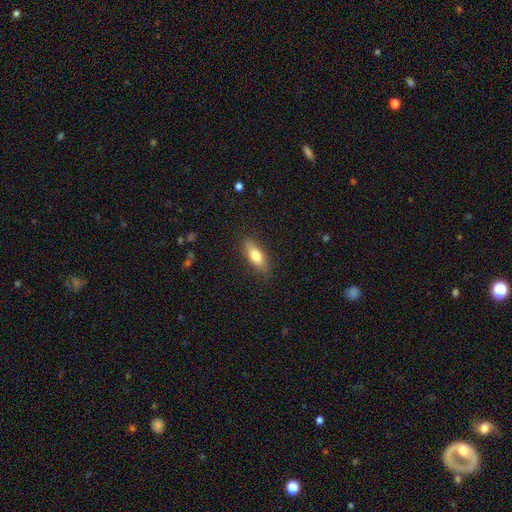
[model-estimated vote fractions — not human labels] smooth 74%, featured or disk 19%, star or artifact 7%. Down the decision tree: how rounded — in between (65%); merging — none (85%).